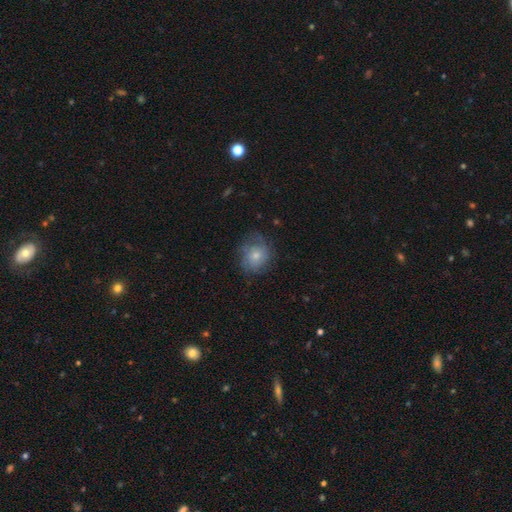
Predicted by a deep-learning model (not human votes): Smooth or featured?
  - smooth: 60% *
  - featured or disk: 32%
  - star or artifact: 9%
How rounded?
  - round: 75% *
  - in between: 24%
  - cigar-shaped: 1%
Merging?
  - none: 64% *
  - minor disturbance: 24%
  - major disturbance: 11%
  - merger: 1%